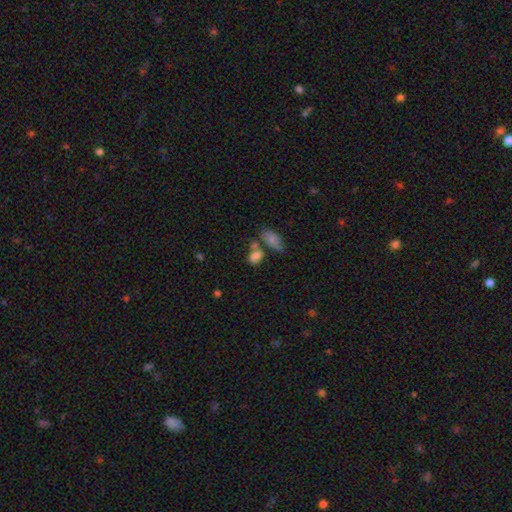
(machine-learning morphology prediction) This is clearly a smooth galaxy (81%). How rounded: clearly in between (82%). Merging: marginally none (42%).